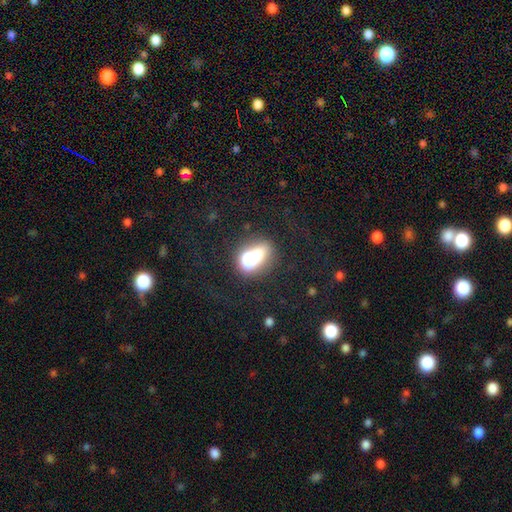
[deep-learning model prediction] smooth-or-featured: smooth: 58% | star or artifact: 22% | featured or disk: 21%
  how-rounded: in between: 64% | round: 32% | cigar-shaped: 4%
  merging: none: 41% | merger: 32% | minor disturbance: 14% | major disturbance: 12%